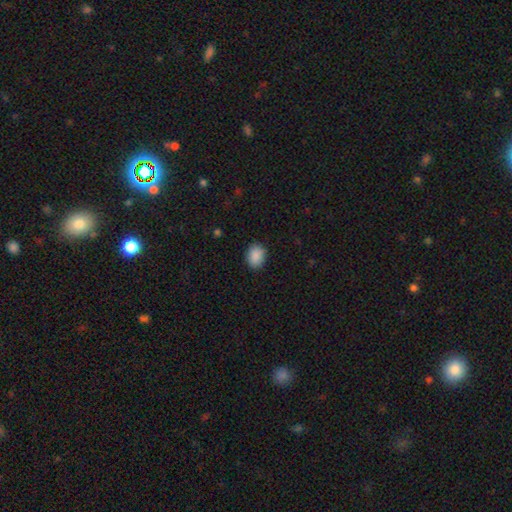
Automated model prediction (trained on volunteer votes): This is clearly a smooth galaxy (89%). How rounded: possibly in between (60%). Merging: clearly none (85%).